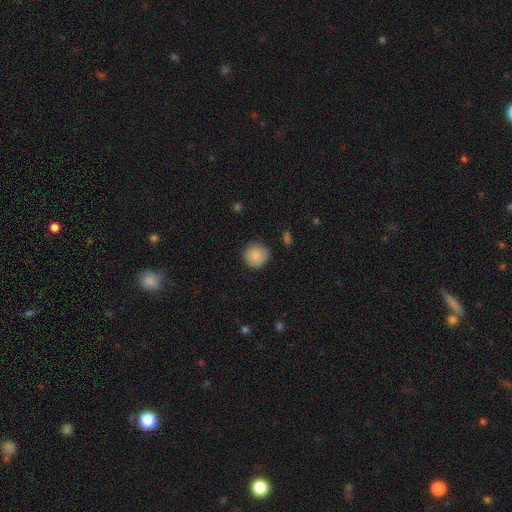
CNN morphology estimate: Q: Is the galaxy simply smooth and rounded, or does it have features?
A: smooth — 87%.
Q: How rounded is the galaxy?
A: round — 94%.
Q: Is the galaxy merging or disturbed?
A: none — 86%.